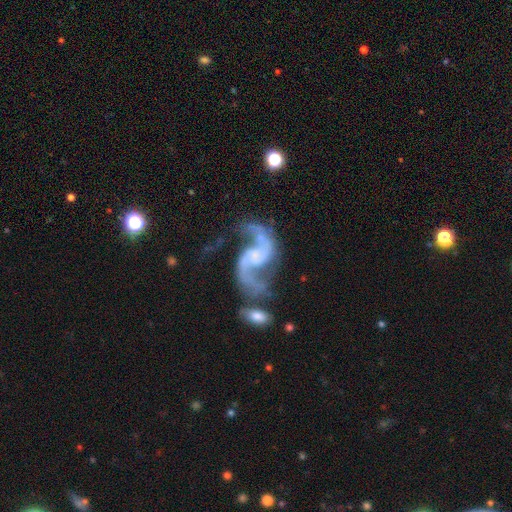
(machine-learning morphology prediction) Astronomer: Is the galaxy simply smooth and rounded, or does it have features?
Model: featured or disk — 91%.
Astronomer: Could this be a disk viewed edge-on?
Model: no — 98%.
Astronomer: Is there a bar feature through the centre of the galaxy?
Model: no — 48% (runner-up: weak, 39%).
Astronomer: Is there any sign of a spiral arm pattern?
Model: yes — 97%.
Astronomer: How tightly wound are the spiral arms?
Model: loose — 66%.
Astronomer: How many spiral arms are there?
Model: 2 — 93%.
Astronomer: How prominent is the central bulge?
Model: none — 45% (runner-up: small, 37%).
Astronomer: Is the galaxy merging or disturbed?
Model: none — 54%.